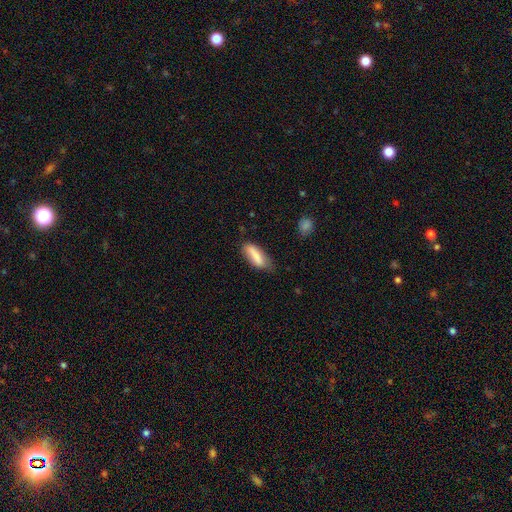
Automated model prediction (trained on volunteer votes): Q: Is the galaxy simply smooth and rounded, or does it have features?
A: smooth — 79%.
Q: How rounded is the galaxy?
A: in between — 62%.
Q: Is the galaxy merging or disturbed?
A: none — 59%.